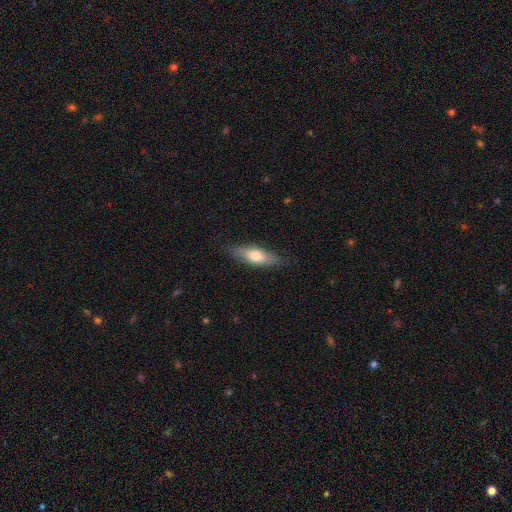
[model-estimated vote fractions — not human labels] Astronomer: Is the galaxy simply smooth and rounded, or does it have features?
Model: smooth — 64%.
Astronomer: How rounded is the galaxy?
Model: in between — 49% (runner-up: cigar-shaped, 48%).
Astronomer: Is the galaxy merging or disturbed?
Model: none — 85%.